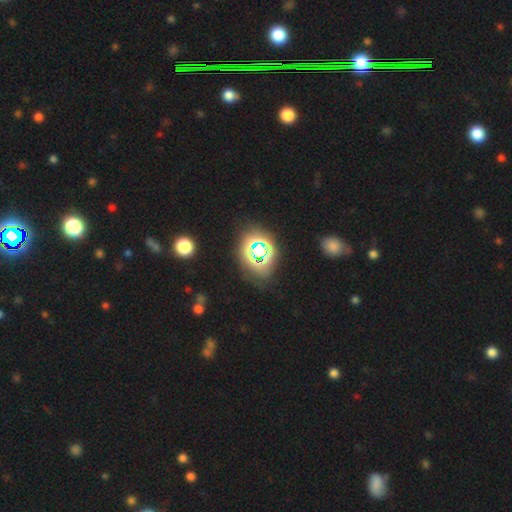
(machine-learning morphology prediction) smooth-or-featured: star or artifact: 59% | smooth: 26% | featured or disk: 15%